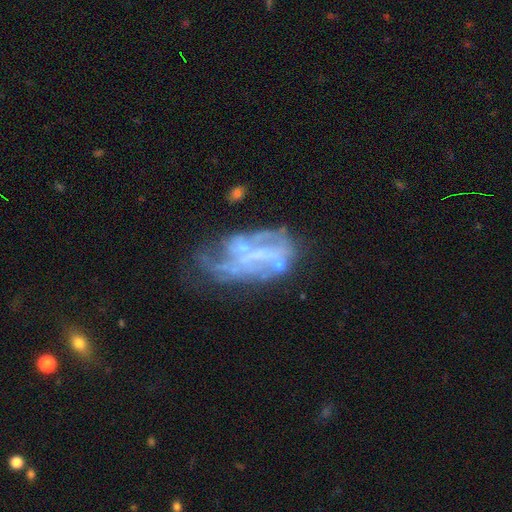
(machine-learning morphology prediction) smooth-or-featured: featured or disk: 73% | smooth: 16% | star or artifact: 11%
  disk-edge-on: no: 97% | yes: 3%
    bar: no: 67% | weak: 24% | strong: 9%
    has-spiral-arms: no: 55% | yes: 45%
    bulge-size: none: 57% | small: 31% | moderate: 10% | large: 2% | dominant: 1%
  merging: major disturbance: 35% | none: 32% | minor disturbance: 23% | merger: 10%